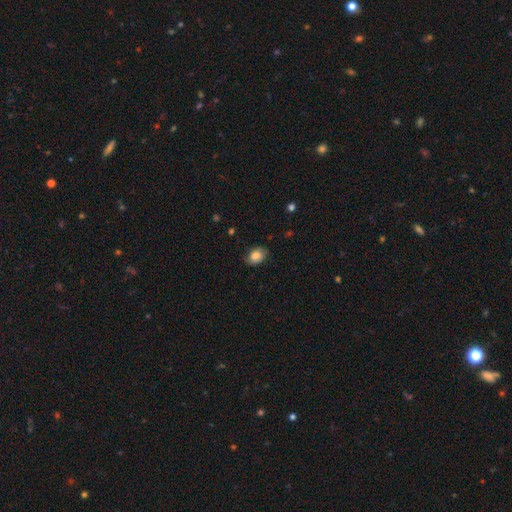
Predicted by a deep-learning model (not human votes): Smooth or featured? Predicted: smooth (p=0.75). How rounded? Predicted: in between (p=0.73). Merging? Predicted: none (p=0.77).